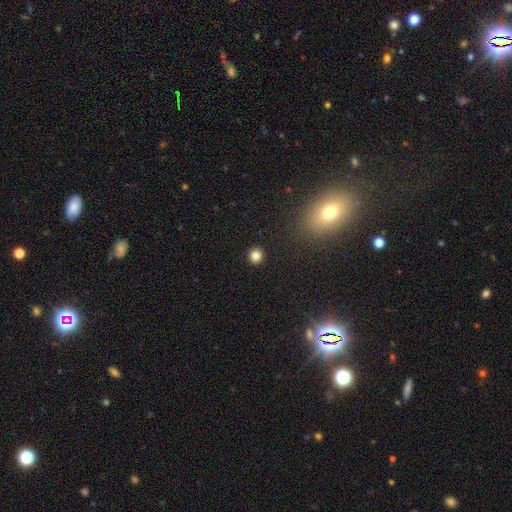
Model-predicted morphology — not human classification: smooth 83%, star or artifact 12%, featured or disk 5%. Down the decision tree: how rounded — round (93%); merging — none (93%).